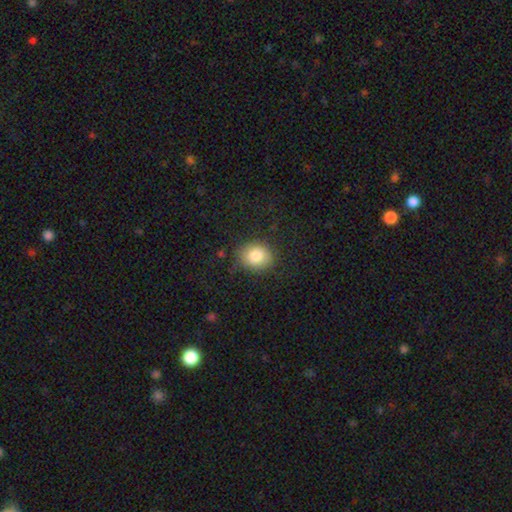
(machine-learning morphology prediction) The model was most divided on "how rounded": round: 70%, in between: 30%, cigar-shaped: 1%. More confident: smooth or featured — smooth (83%); merging — none (81%).